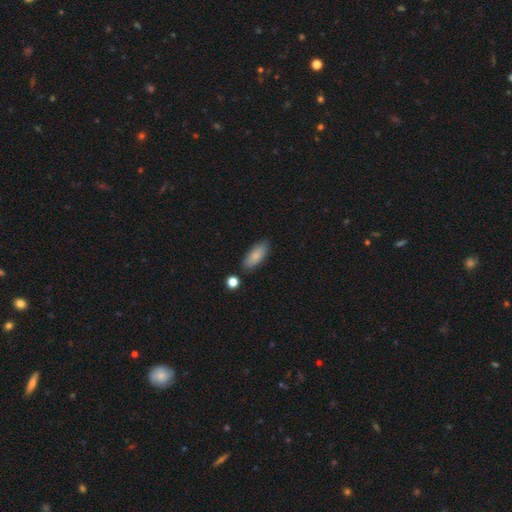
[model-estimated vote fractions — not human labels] Smooth or featured? smooth (82%)
How rounded? in between (81%)
Merging? none (81%)